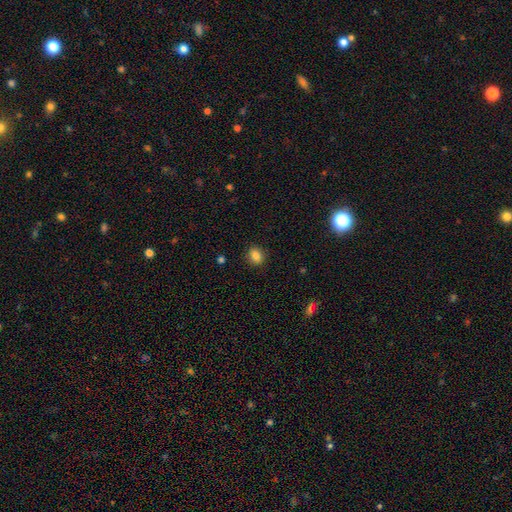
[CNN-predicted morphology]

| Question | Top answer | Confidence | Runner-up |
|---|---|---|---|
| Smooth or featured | smooth | 84% | star or artifact (11%) |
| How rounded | round | 51% | in between (48%) |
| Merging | none | 89% | minor disturbance (8%) |